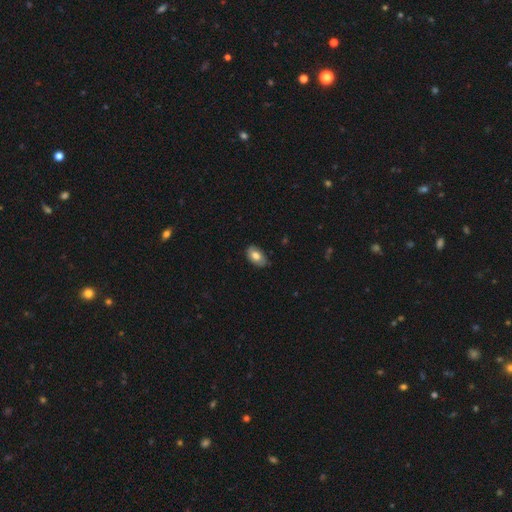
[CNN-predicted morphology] Smooth or featured?
  - smooth: 75% *
  - featured or disk: 18%
  - star or artifact: 7%
How rounded?
  - in between: 92% *
  - round: 6%
  - cigar-shaped: 1%
Merging?
  - none: 79% *
  - minor disturbance: 17%
  - major disturbance: 2%
  - merger: 1%